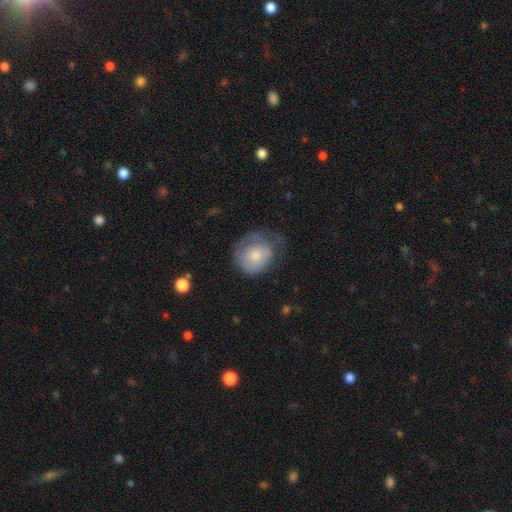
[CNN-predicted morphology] Smooth or featured: smooth — 65% (featured or disk — 28%)
How rounded: round — 70% (in between — 29%)
Merging: none — 41% (minor disturbance — 31%)